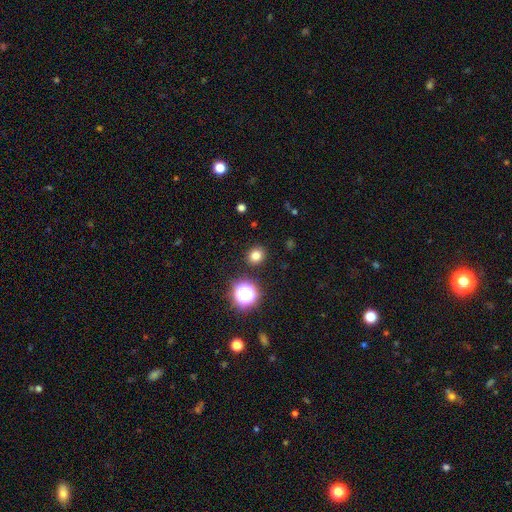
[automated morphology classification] smooth 78%, star or artifact 17%, featured or disk 5%. Down the decision tree: how rounded — round (81%); merging — none (90%).